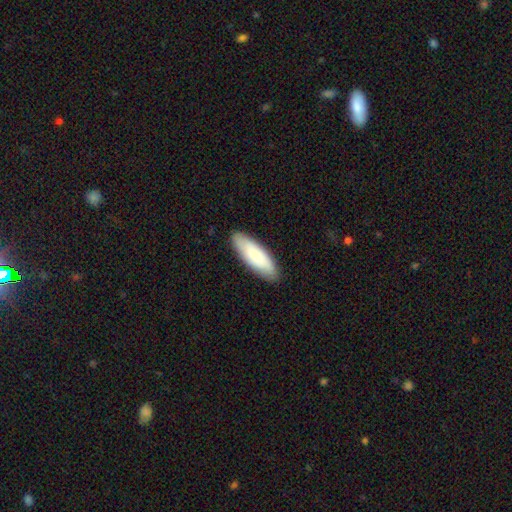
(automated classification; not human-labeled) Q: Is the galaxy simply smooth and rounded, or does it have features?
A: smooth — 80%.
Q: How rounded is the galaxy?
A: in between — 55%.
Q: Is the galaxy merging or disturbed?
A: none — 88%.